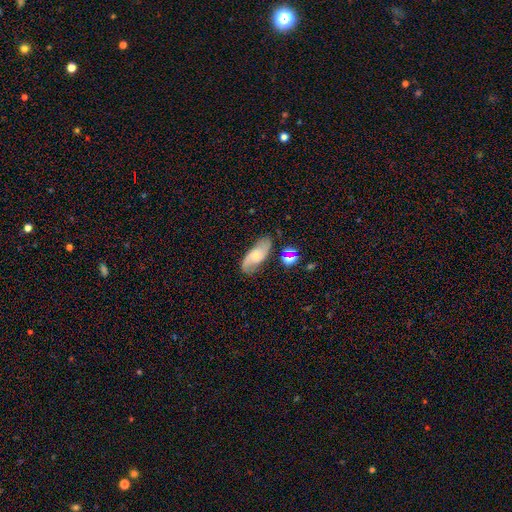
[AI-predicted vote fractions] Smooth or featured: featured or disk — 63% (smooth — 29%)
Edge-on disk: no — 92% (yes — 8%)
Bar: no — 66% (weak — 28%)
Spiral arms: yes — 91% (no — 9%)
Spiral winding: loose — 46% (medium — 38%)
Spiral arm count: 2 — 84% (can't tell — 9%)
Bulge size: small — 61% (moderate — 31%)
Merging: none — 73% (minor disturbance — 18%)